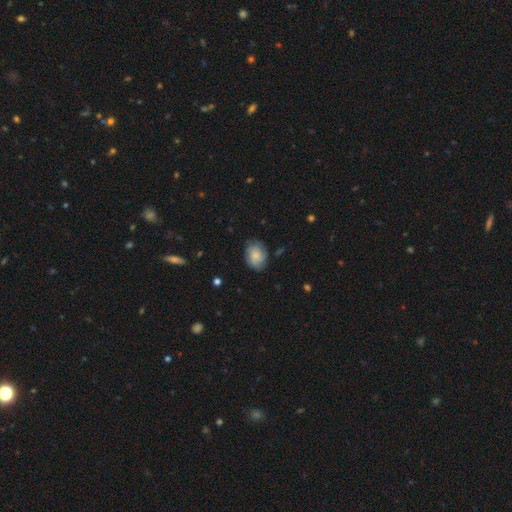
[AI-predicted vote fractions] Smooth or featured: smooth — 61% (featured or disk — 31%)
How rounded: in between — 62% (round — 36%)
Merging: none — 74% (minor disturbance — 19%)